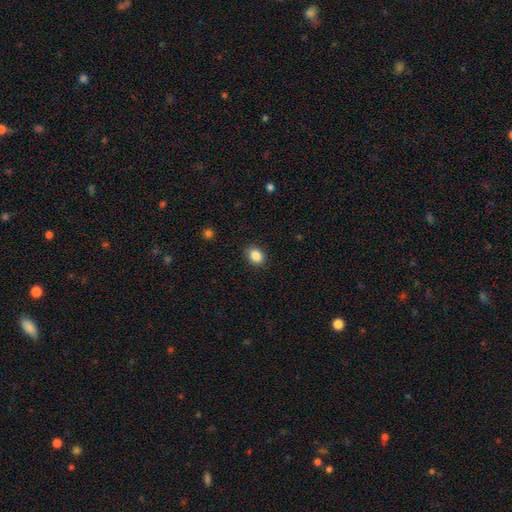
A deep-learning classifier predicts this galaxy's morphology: Overall: smooth (86%). How rounded: in between (53%; round 46%). Merging: none (89%).